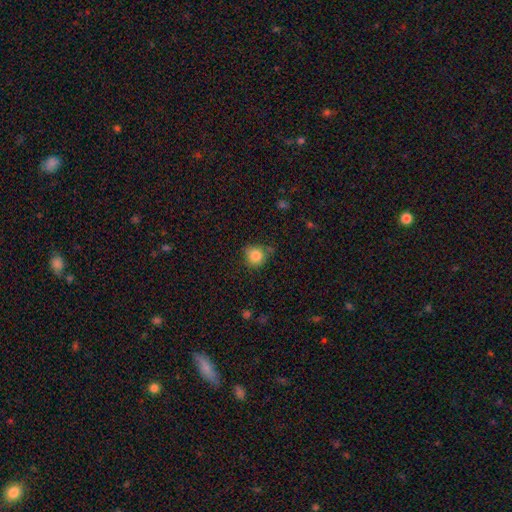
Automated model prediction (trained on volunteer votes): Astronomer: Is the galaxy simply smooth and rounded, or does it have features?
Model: smooth — 84%.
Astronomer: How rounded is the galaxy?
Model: round — 87%.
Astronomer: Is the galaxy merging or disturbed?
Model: none — 71%.